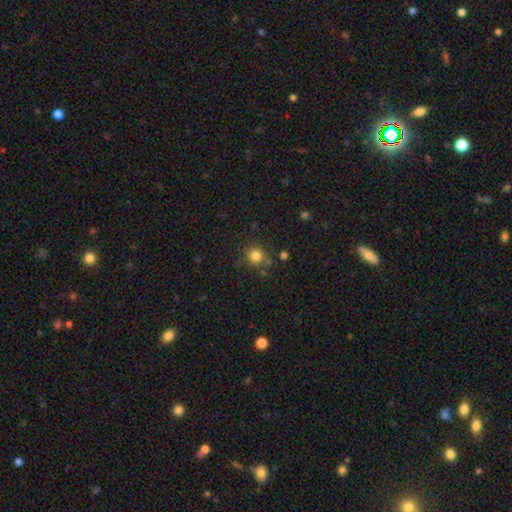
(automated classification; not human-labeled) smooth 81%, star or artifact 13%, featured or disk 6%. Down the decision tree: how rounded — round (91%); merging — none (79%).